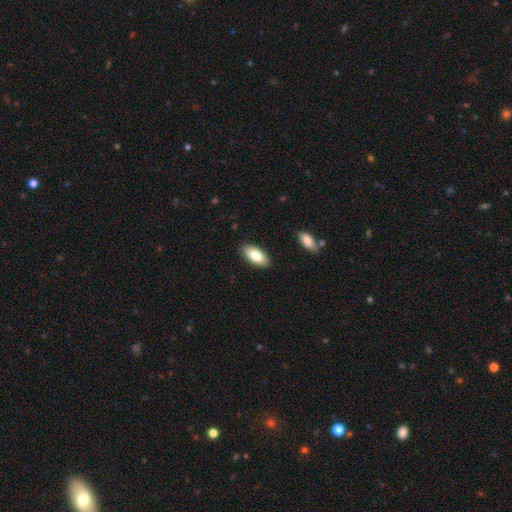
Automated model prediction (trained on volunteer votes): The model was most divided on "smooth or featured": smooth: 80%, featured or disk: 14%, star or artifact: 6%. More confident: how rounded — in between (92%); merging — none (87%).